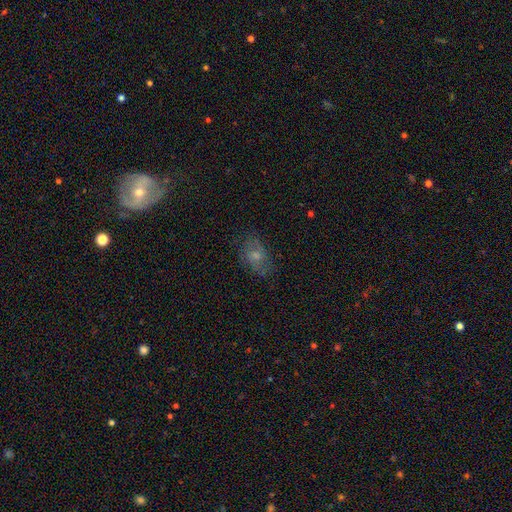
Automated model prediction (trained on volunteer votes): Smooth or featured? Predicted: smooth (p=0.51). How rounded? Predicted: in between (p=0.78). Merging? Predicted: none (p=0.69).